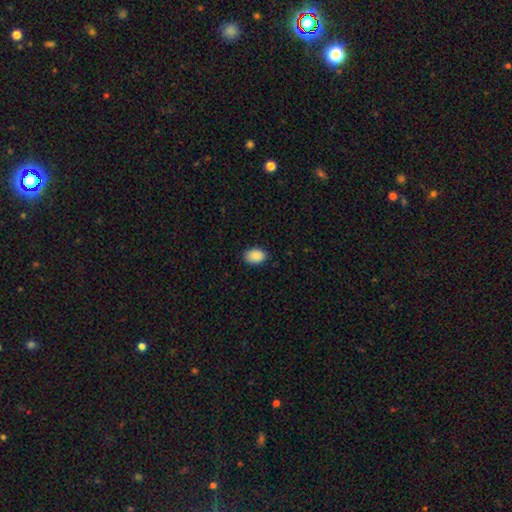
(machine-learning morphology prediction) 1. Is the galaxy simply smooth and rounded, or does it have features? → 89% smooth, 7% star or artifact, 3% featured or disk.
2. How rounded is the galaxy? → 83% in between, 16% round, 1% cigar-shaped.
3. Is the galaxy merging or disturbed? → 87% none, 10% minor disturbance, 2% major disturbance, 1% merger.